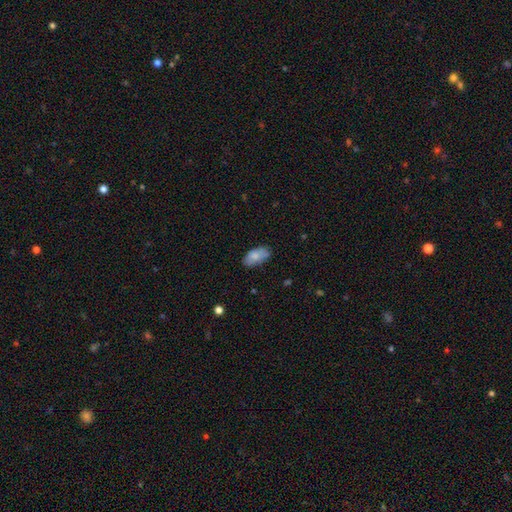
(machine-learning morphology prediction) Smooth or featured?
  - smooth: 79% *
  - featured or disk: 15%
  - star or artifact: 7%
How rounded?
  - in between: 94% *
  - cigar-shaped: 3%
  - round: 3%
Merging?
  - none: 75% *
  - minor disturbance: 20%
  - major disturbance: 4%
  - merger: 1%